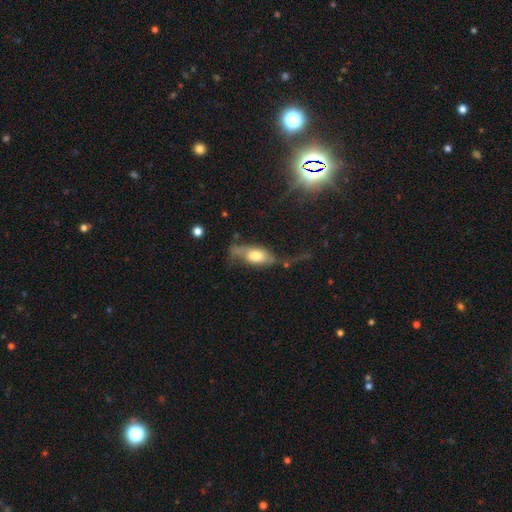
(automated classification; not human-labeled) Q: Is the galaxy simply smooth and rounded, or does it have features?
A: smooth — 57%.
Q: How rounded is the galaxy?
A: in between — 83%.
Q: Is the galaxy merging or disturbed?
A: none — 34%.